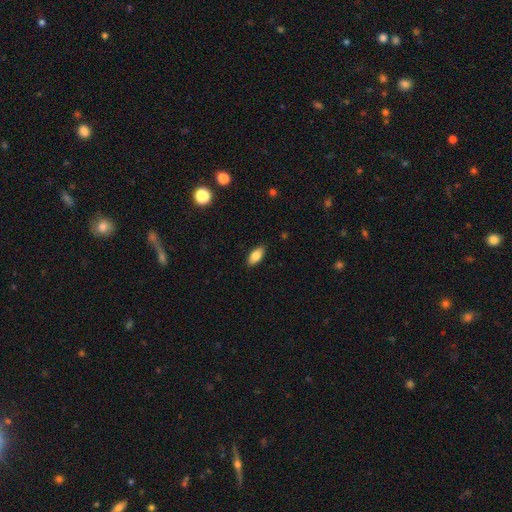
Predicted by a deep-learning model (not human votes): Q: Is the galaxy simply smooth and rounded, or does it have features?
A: smooth — 82%.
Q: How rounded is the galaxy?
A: in between — 90%.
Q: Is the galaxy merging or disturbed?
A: none — 88%.